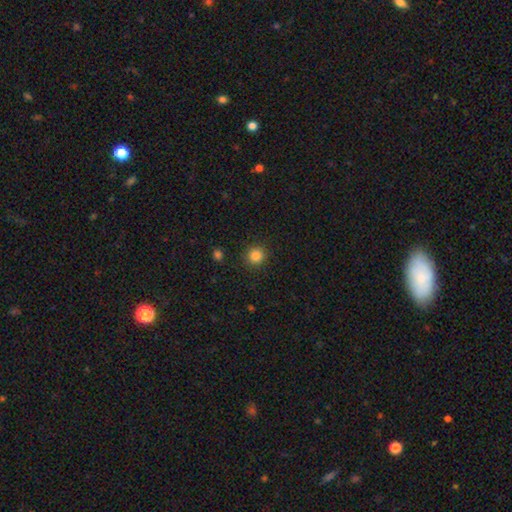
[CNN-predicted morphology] Overall: smooth (85%). How rounded: round (93%). Merging: none (91%).